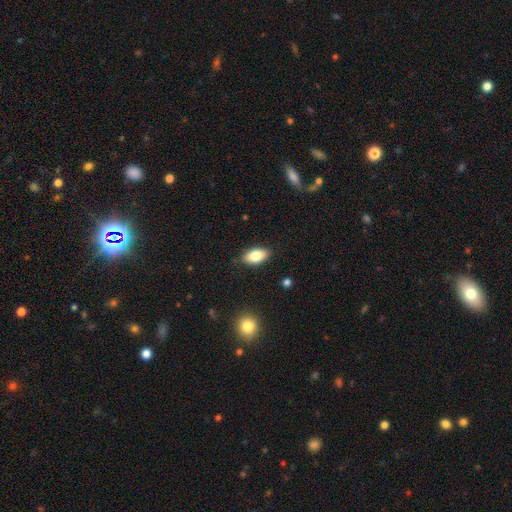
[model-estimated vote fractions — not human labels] Smooth or featured? smooth (80%)
How rounded? in between (90%)
Merging? none (84%)